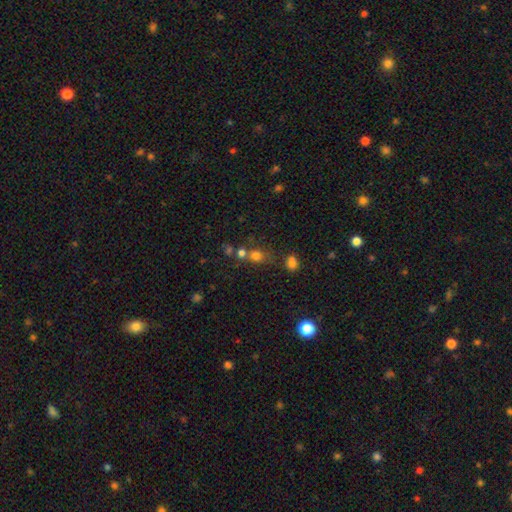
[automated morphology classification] type=smooth (70%); roundness=round (72%); merging=none (49%).